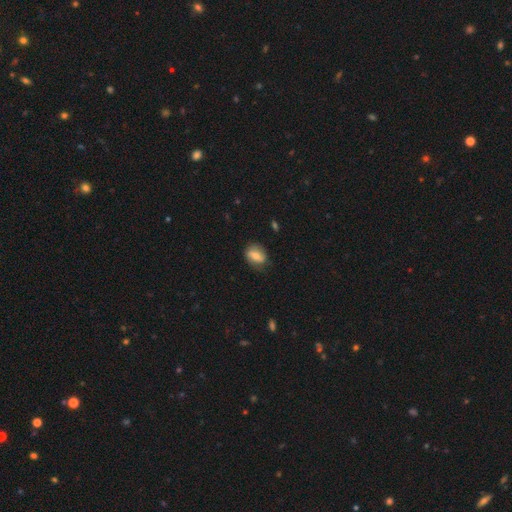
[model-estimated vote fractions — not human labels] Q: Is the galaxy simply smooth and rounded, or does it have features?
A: smooth — 60%.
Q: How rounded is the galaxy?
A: in between — 69%.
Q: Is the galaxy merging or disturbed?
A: none — 74%.